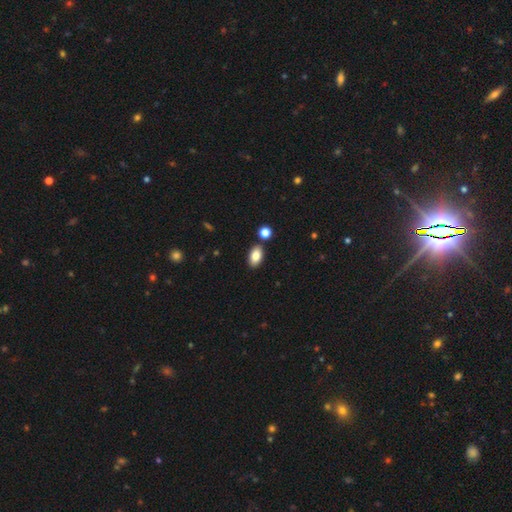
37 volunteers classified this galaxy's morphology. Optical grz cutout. It shows a smooth galaxy with no disk features (92%) that is in between round and cigar-shaped (88%). Merging: none (81%).